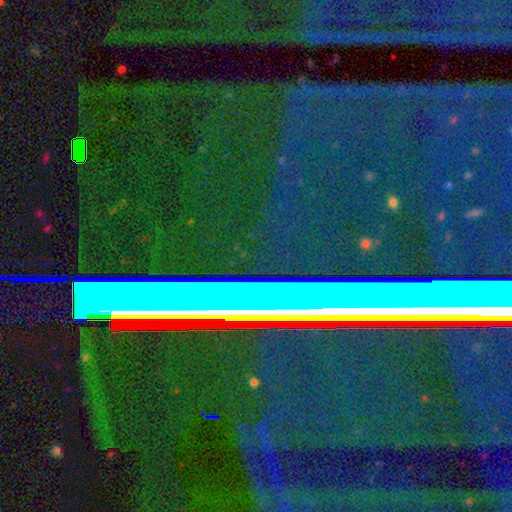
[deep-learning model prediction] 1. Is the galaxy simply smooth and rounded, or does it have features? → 72% star or artifact, 14% smooth, 14% featured or disk.